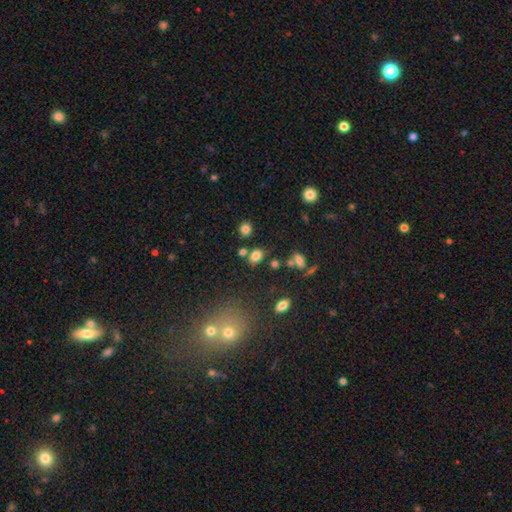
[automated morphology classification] The model was most divided on "how rounded": in between: 62%, round: 36%, cigar-shaped: 2%. More confident: smooth or featured — smooth (79%); merging — none (69%).